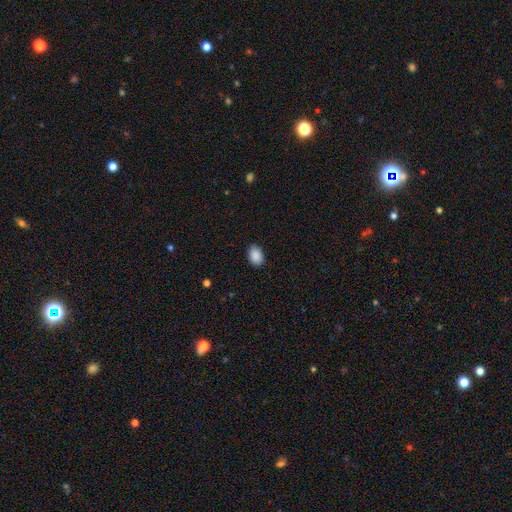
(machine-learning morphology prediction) Q: Smooth or featured?
A: smooth (90%); runner-up: star or artifact (7%)
Q: How rounded?
A: in between (83%); runner-up: round (16%)
Q: Merging?
A: none (86%); runner-up: minor disturbance (11%)